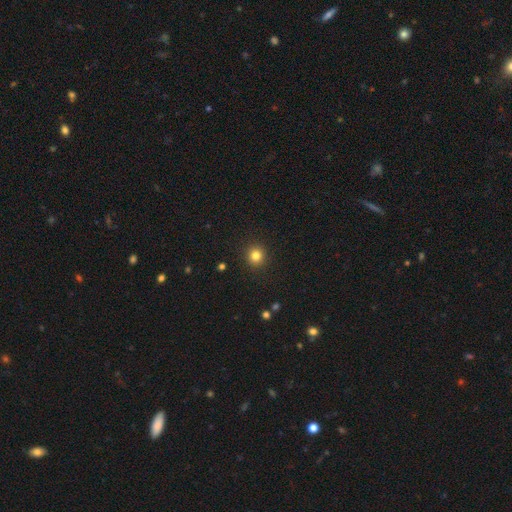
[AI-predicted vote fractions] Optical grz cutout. It shows a smooth galaxy with no disk features (82%) that is round (93%). Merging: none (92%).